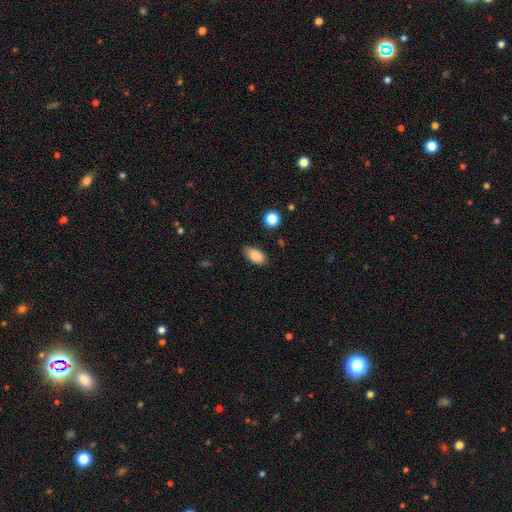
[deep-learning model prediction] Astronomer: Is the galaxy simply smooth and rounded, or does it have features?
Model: smooth — 85%.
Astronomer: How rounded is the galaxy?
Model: in between — 92%.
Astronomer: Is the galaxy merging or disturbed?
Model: none — 75%.